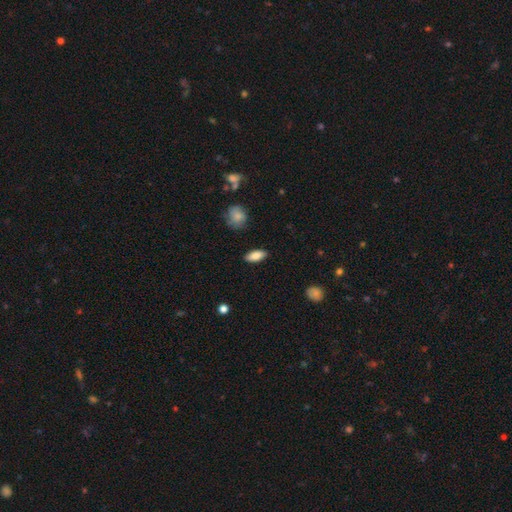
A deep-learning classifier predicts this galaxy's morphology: A smooth galaxy with no disk features (85%) that is in between round and cigar-shaped (84%). Merging: none (88%).